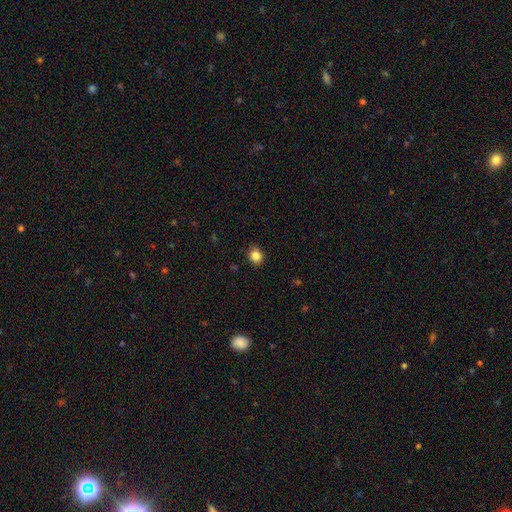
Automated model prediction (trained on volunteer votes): smooth_or_featured: smooth (p=0.85) [alt: star or artifact p=0.11]
how_rounded: round (p=0.68) [alt: in between p=0.31]
merging: none (p=0.88) [alt: minor disturbance p=0.09]